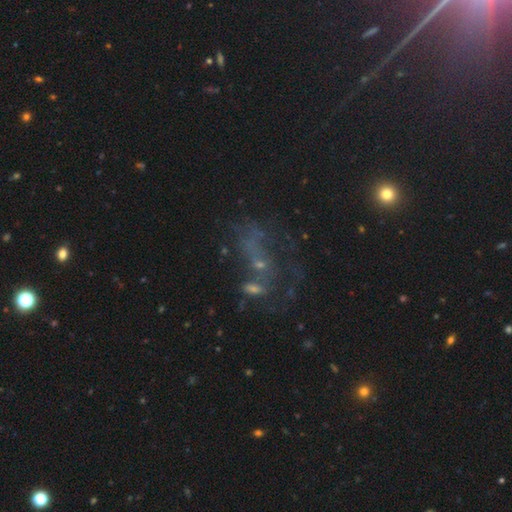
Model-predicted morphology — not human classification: Q: Smooth or featured?
A: featured or disk (46%); runner-up: star or artifact (30%)
Q: Merging?
A: major disturbance (32%); runner-up: merger (30%)